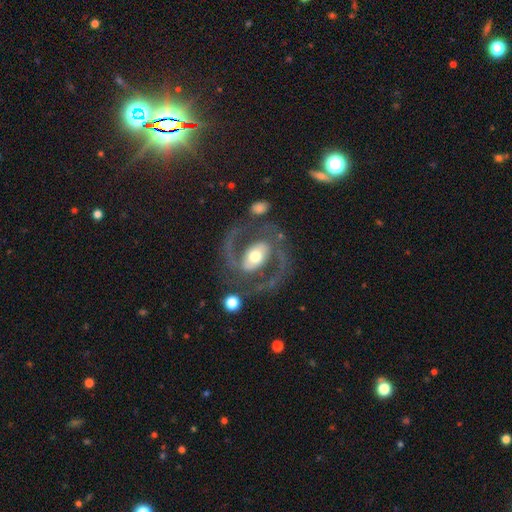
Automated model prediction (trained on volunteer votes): This appears to be a featured or disk galaxy (90%) with a strong bar (38%), 2 (93%) medium (63%) spiral arms (95%) and a moderate central bulge (68%). Merging: none (76%).